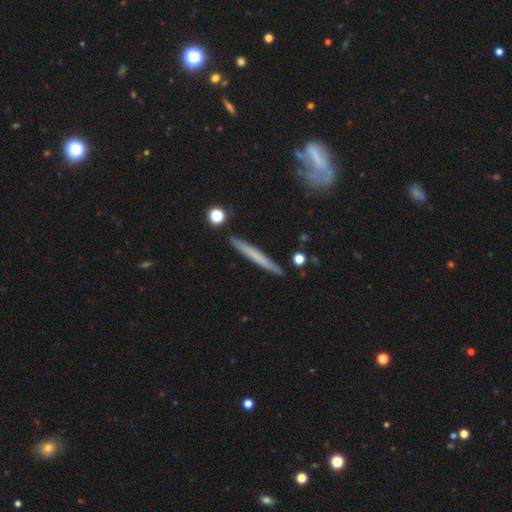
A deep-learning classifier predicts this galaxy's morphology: Smooth or featured?
  - smooth: 54% *
  - featured or disk: 40%
  - star or artifact: 6%
How rounded?
  - cigar-shaped: 96% *
  - in between: 2%
  - round: 2%
Merging?
  - none: 88% *
  - minor disturbance: 8%
  - merger: 2%
  - major disturbance: 2%